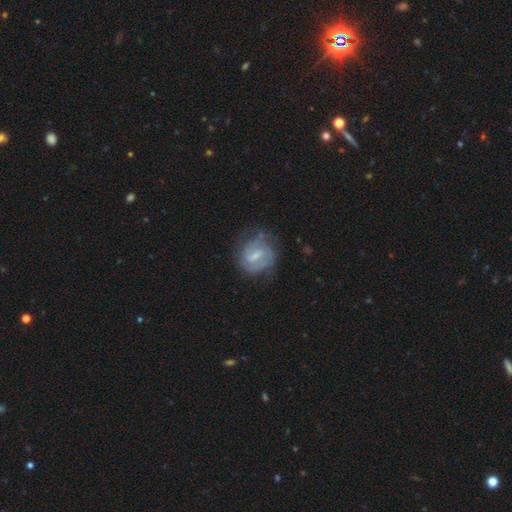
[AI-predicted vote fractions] Overall: featured or disk (70%). Edge-on disk: no (97%). Bar: weak (60%; strong 23%). Spiral arms: yes (83%). Spiral arm count: 2 (53%; can't tell 29%). Spiral winding: tight (45%; medium 39%). Bulge size: small (55%; moderate 31%). Merging: none (61%; minor disturbance 24%).